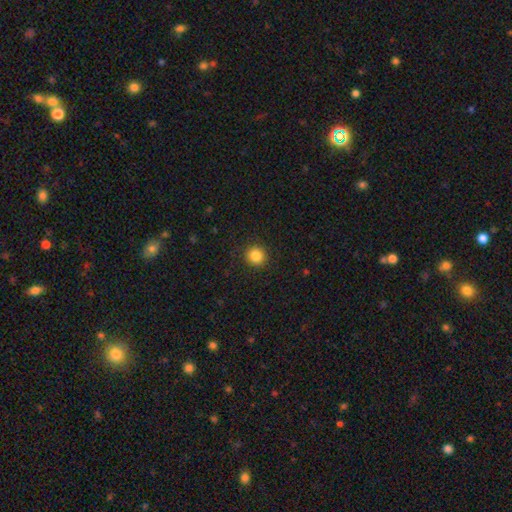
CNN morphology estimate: A smooth galaxy with no disk features (84%) that is round (91%).

Vote fractions:
- Smooth or featured? smooth: 84% / star or artifact: 11% / featured or disk: 5%
- How rounded? round: 91% / in between: 8% / cigar-shaped: 1%
- Merging? none: 91% / minor disturbance: 6% / major disturbance: 2% / merger: 1%